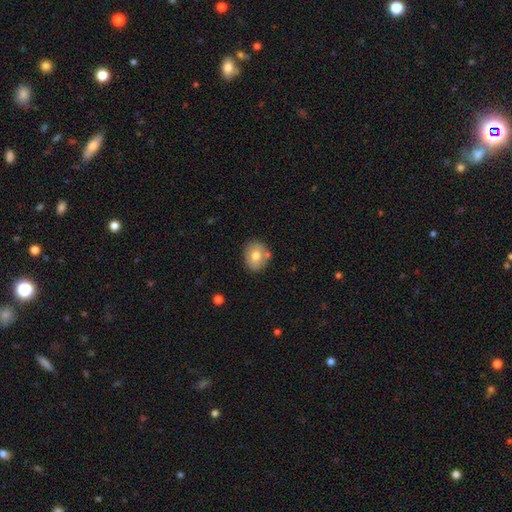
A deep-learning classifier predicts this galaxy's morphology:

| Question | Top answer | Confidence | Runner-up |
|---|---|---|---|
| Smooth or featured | smooth | 71% | featured or disk (21%) |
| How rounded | round | 65% | in between (34%) |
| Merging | none | 74% | minor disturbance (13%) |